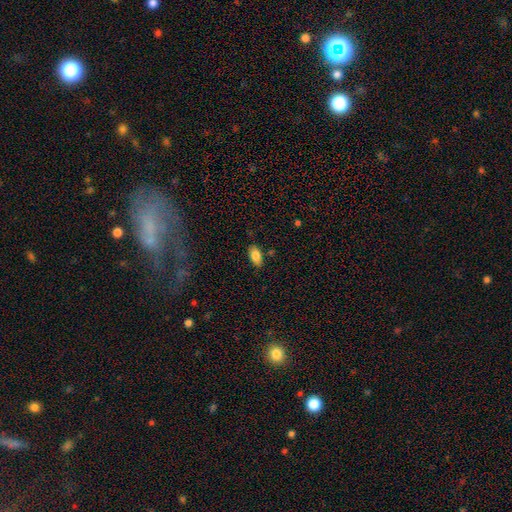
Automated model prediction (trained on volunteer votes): Smooth or featured? Predicted: smooth (p=0.83). How rounded? Predicted: in between (p=0.93). Merging? Predicted: none (p=0.83).